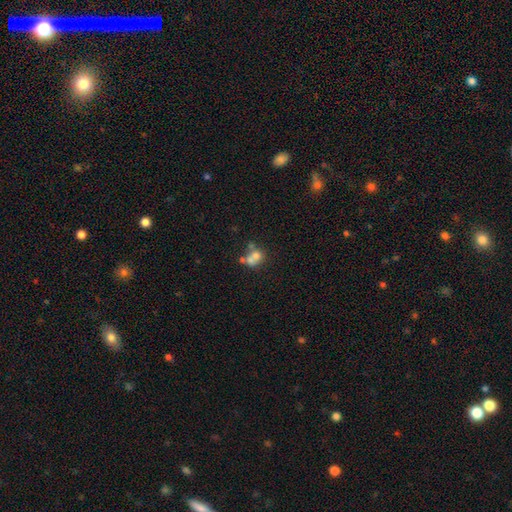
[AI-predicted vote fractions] Smooth or featured: smooth — 58% (featured or disk — 25%)
How rounded: round — 65% (in between — 34%)
Merging: merger — 52% (none — 31%)